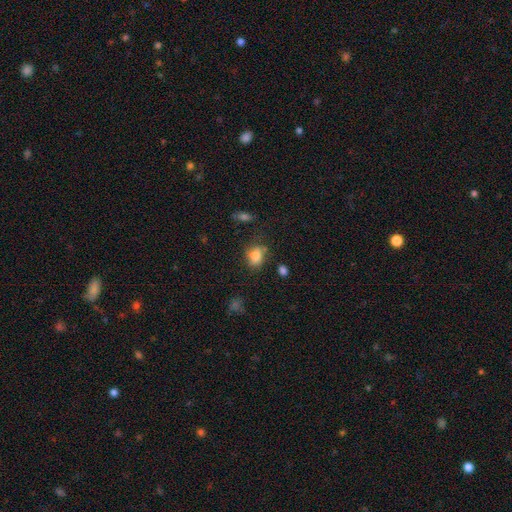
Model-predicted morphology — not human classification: Smooth or featured?
  - smooth: 80% *
  - star or artifact: 10%
  - featured or disk: 9%
How rounded?
  - in between: 64% *
  - round: 35%
  - cigar-shaped: 1%
Merging?
  - none: 60% *
  - minor disturbance: 24%
  - major disturbance: 9%
  - merger: 7%